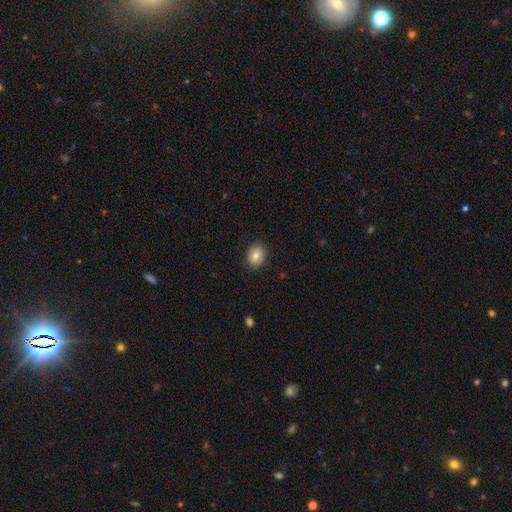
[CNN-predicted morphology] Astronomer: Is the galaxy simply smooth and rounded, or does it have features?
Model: smooth — 82%.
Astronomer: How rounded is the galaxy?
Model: in between — 59% (runner-up: round, 40%).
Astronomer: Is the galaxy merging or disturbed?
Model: none — 86%.